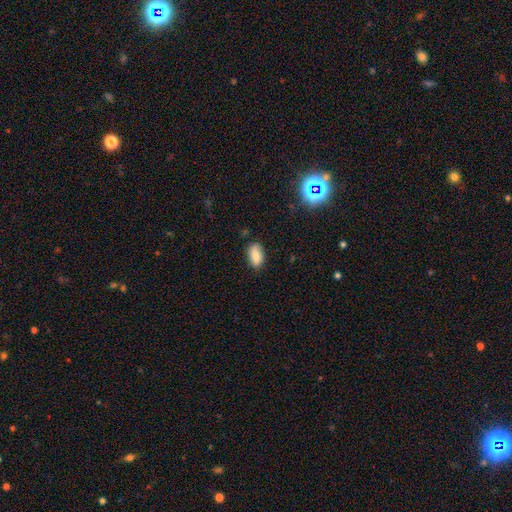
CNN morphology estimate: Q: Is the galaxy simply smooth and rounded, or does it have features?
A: smooth — 81%.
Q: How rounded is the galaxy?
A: in between — 90%.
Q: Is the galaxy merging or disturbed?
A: none — 78%.